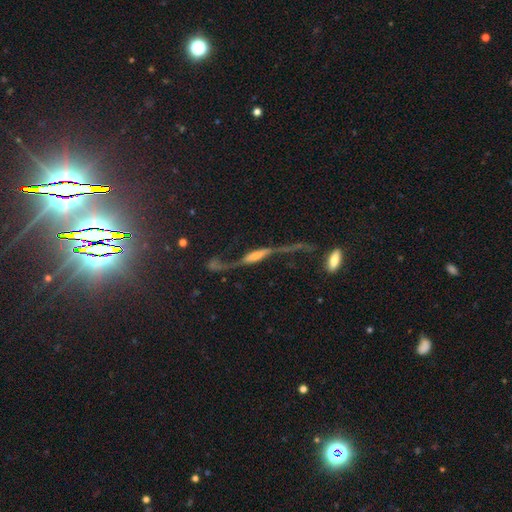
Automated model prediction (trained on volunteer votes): Smooth or featured? Predicted: featured or disk (p=0.77). Edge-on disk? Predicted: no (p=0.61). Merging? Predicted: major disturbance (p=0.38).